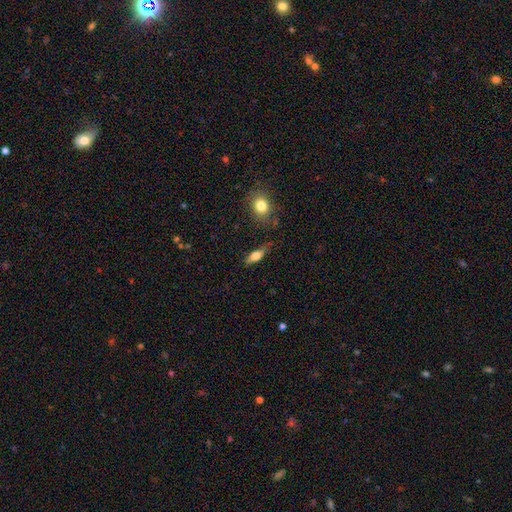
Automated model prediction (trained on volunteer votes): A smooth galaxy with no disk features (65%) that is in between round and cigar-shaped (63%).

Vote fractions:
- Smooth or featured? smooth: 65% / featured or disk: 28% / star or artifact: 8%
- How rounded? in between: 63% / cigar-shaped: 32% / round: 5%
- Merging? none: 70% / minor disturbance: 20% / major disturbance: 6% / merger: 3%